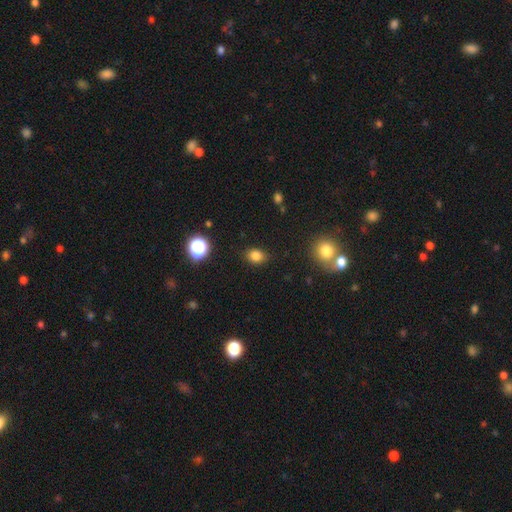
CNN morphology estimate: Overall: smooth (81%). How rounded: in between (55%; round 44%). Merging: none (83%).